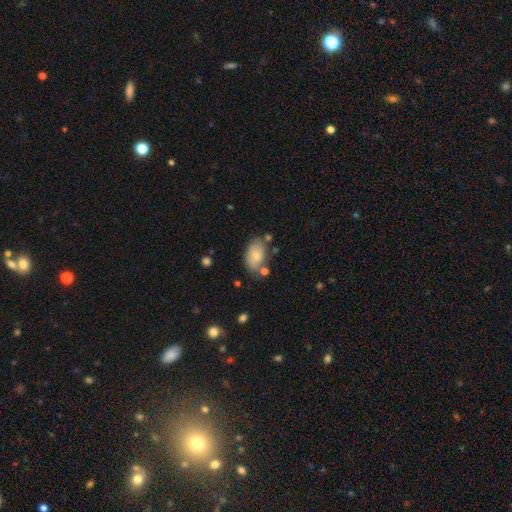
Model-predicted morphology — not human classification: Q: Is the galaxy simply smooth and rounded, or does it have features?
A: smooth — 74%.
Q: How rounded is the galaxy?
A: in between — 91%.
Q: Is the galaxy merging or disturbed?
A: none — 66%.